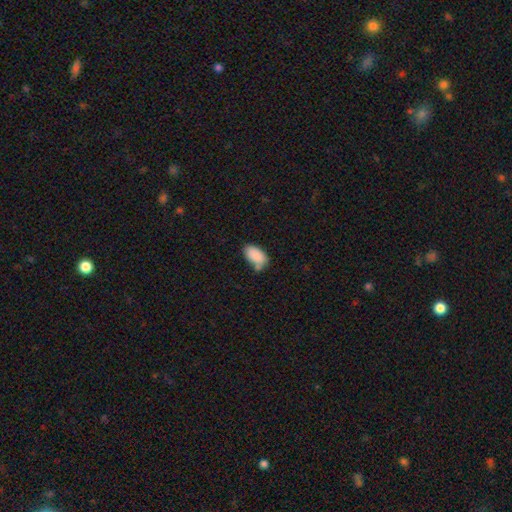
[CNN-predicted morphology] Q: Smooth or featured?
A: smooth (88%); runner-up: star or artifact (7%)
Q: How rounded?
A: in between (93%); runner-up: round (5%)
Q: Merging?
A: none (56%); runner-up: minor disturbance (24%)